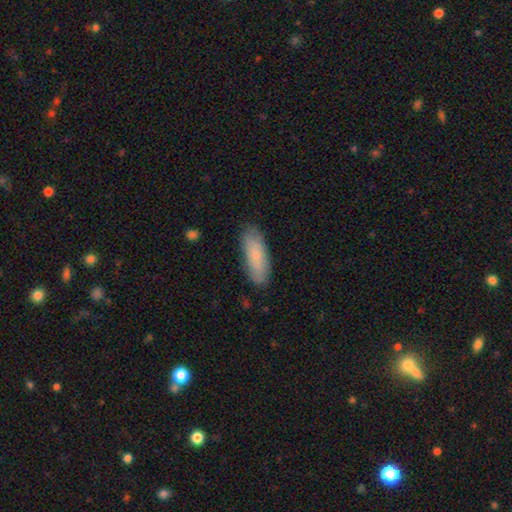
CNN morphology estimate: The model was most divided on "how rounded": in between: 63%, cigar-shaped: 35%, round: 2%. More confident: merging — none (82%); smooth or featured — smooth (75%).